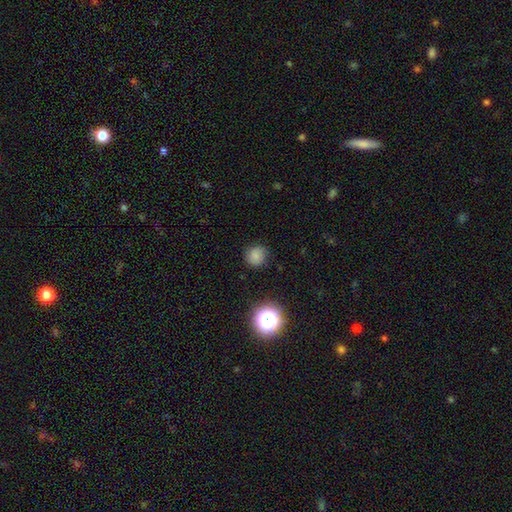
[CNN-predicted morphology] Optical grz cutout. It shows a smooth galaxy with no disk features (79%) that is round (91%). Merging: none (86%).